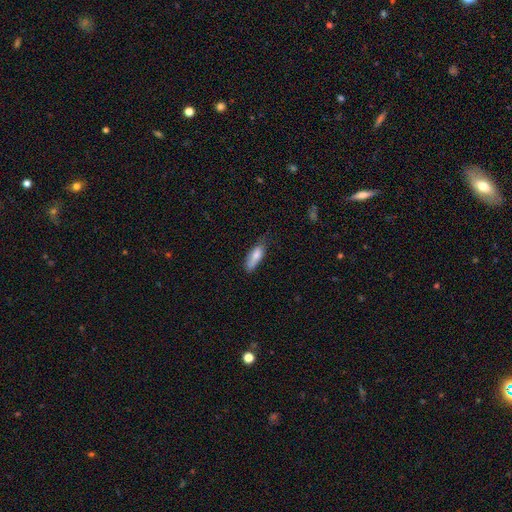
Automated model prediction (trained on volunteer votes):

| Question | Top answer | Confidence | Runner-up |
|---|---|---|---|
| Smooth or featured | smooth | 77% | featured or disk (17%) |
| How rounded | in between | 63% | cigar-shaped (35%) |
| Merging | none | 58% | minor disturbance (33%) |